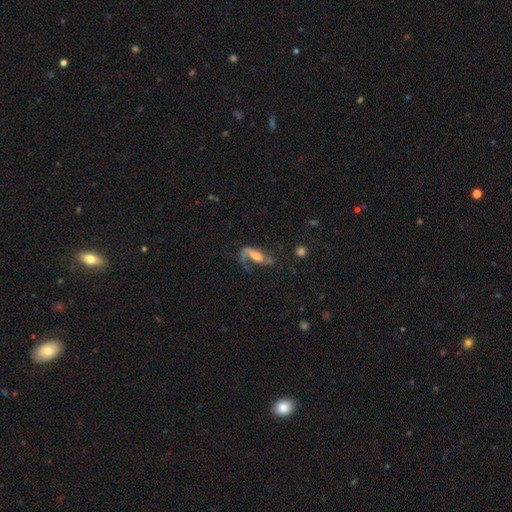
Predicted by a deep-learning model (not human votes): Overall: featured or disk (62%; smooth 30%). Edge-on disk: no (82%). Bar: no (43%; weak 31%). Spiral arms: yes (81%). Bulge size: moderate (40%; small 24%). Merging: major disturbance (41%; none 36%).